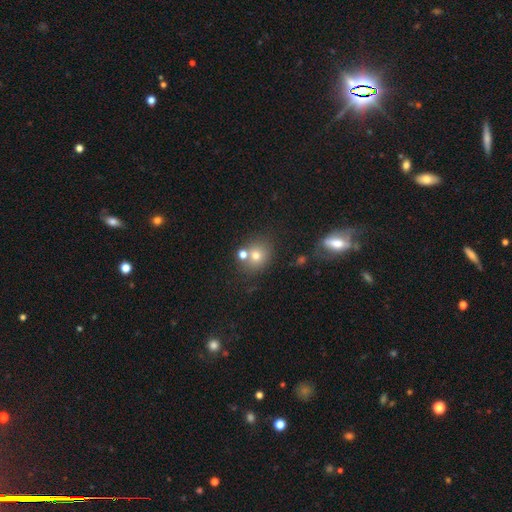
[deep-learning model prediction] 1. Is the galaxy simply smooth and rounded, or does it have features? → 71% smooth, 15% star or artifact, 14% featured or disk.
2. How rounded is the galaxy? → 73% round, 26% in between, 1% cigar-shaped.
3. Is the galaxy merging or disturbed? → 60% none, 25% merger, 11% minor disturbance, 4% major disturbance.